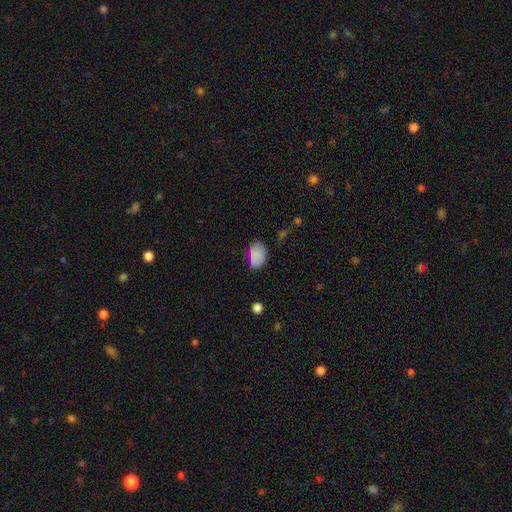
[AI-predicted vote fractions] This appears to be a smooth galaxy with no disk features (83%) that is in between round and cigar-shaped (83%). Merging: none (71%).